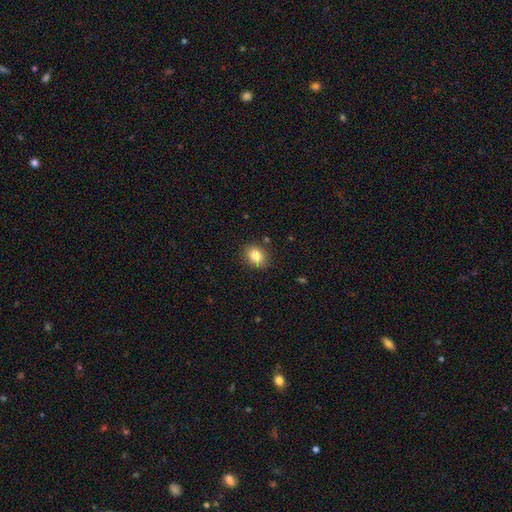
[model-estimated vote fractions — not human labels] Morphology: type=smooth (84%); roundness=in between (63%); merging=none (84%).